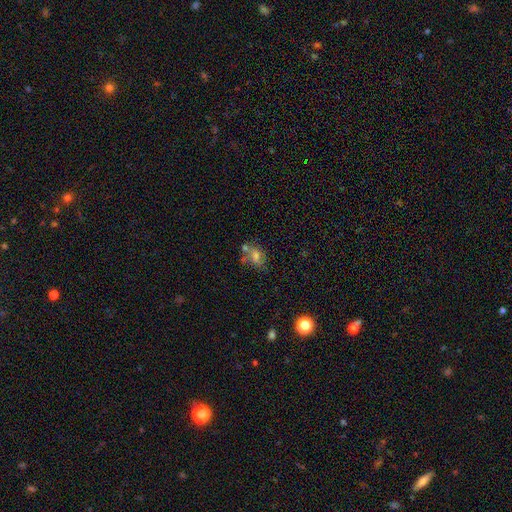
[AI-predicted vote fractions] A smooth galaxy with no disk features (48%).

Vote fractions:
- Smooth or featured? smooth: 48% / featured or disk: 36% / star or artifact: 16%
- Merging? none: 46% / merger: 23% / minor disturbance: 20% / major disturbance: 12%